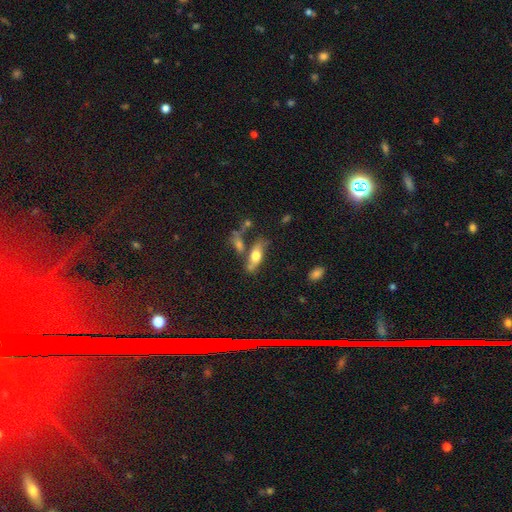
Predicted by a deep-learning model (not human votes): Smooth or featured? smooth (59%)
How rounded? in between (67%)
Merging? none (53%)